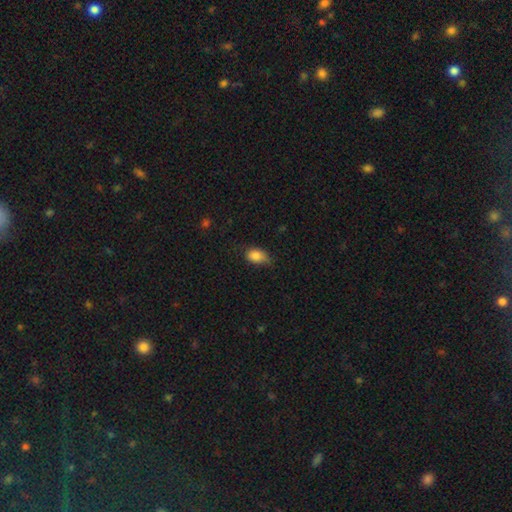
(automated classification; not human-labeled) The model was most divided on "merging": none: 52%, minor disturbance: 37%, major disturbance: 9%, merger: 2%. More confident: smooth or featured — smooth (85%); how rounded — in between (84%).